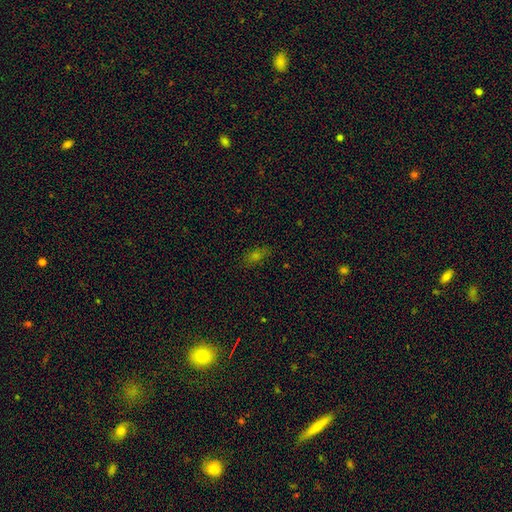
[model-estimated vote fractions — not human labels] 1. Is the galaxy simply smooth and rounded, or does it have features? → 50% smooth, 34% star or artifact, 16% featured or disk.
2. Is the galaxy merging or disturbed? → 81% none, 13% minor disturbance, 4% major disturbance, 2% merger.